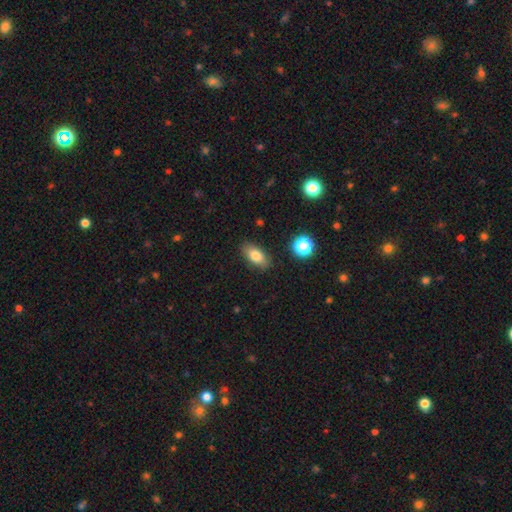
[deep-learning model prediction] Smooth or featured? Predicted: smooth (p=0.79). How rounded? Predicted: in between (p=0.86). Merging? Predicted: none (p=0.87).